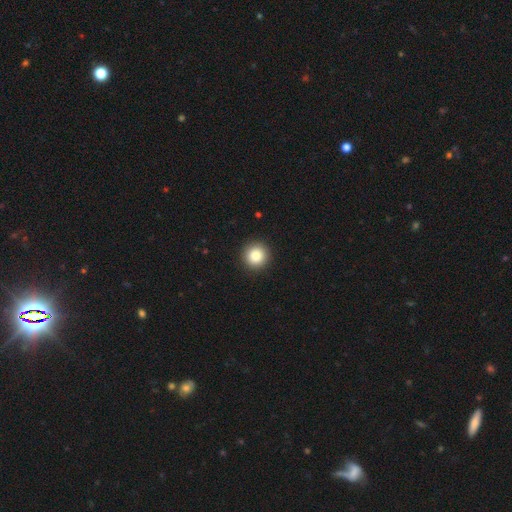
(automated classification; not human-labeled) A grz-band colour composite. It shows a smooth galaxy with no disk features (86%) that is round (95%). Merging: none (92%).